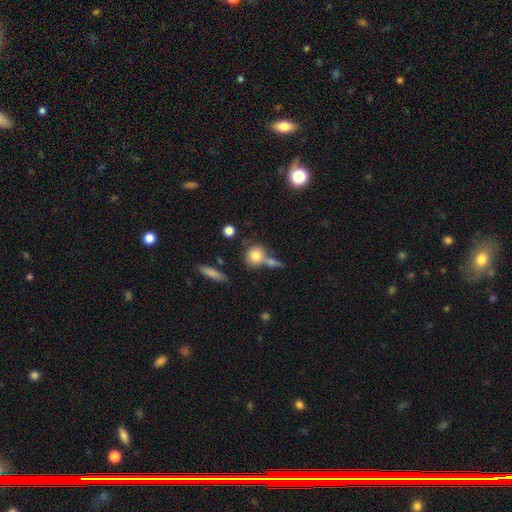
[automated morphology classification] The model was most divided on "merging": none: 50%, merger: 32%, minor disturbance: 12%, major disturbance: 5%. More confident: smooth or featured — smooth (78%); how rounded — round (75%).